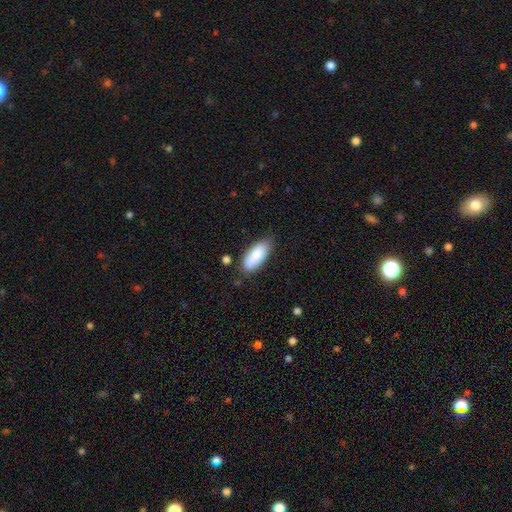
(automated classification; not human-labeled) This appears to be a smooth galaxy with no disk features (85%) that is in between round and cigar-shaped (83%). Merging: none (75%).